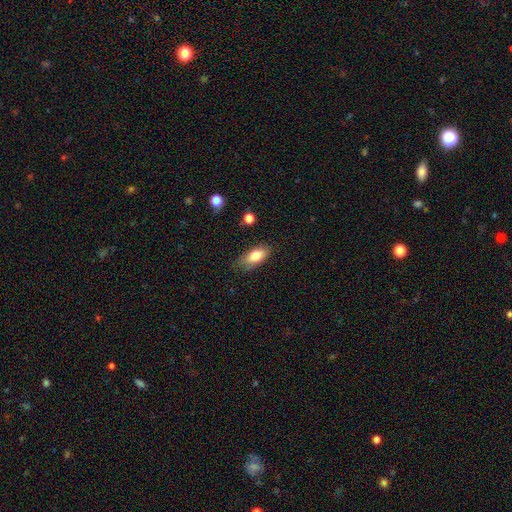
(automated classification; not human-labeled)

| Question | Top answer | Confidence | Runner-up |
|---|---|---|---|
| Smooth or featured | smooth | 81% | featured or disk (12%) |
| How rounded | in between | 86% | cigar-shaped (11%) |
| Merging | none | 69% | minor disturbance (24%) |